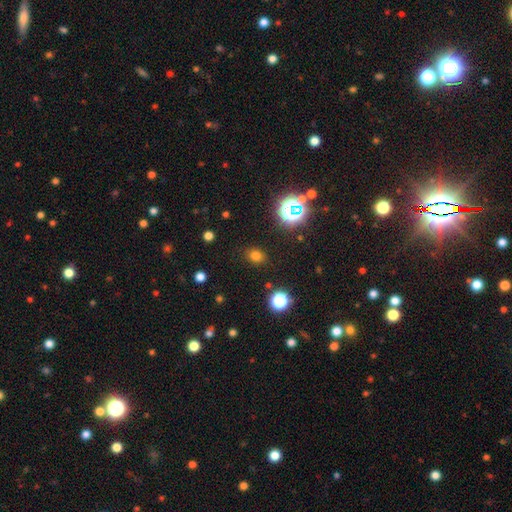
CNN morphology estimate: A smooth galaxy with no disk features (72%) that is round (60%). Merging: none (87%).